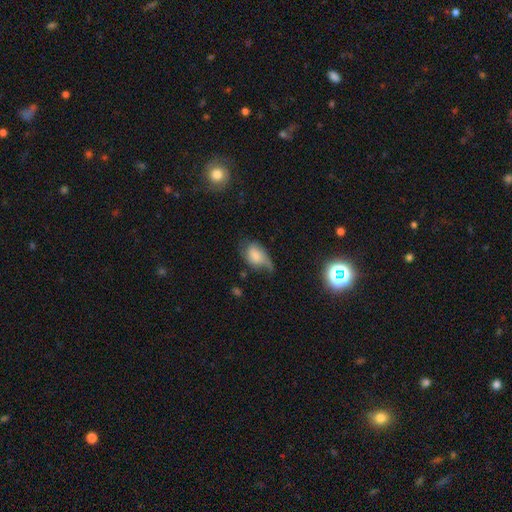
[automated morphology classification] Smooth or featured? Predicted: smooth (p=0.57). How rounded? Predicted: in between (p=0.84). Merging? Predicted: minor disturbance (p=0.36).